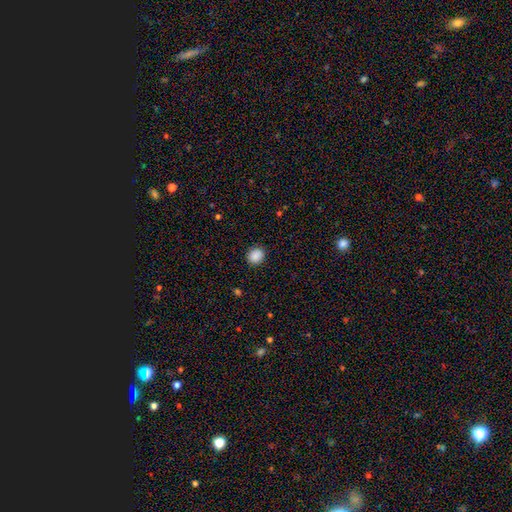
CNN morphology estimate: type=smooth (89%); roundness=round (76%); merging=none (90%).